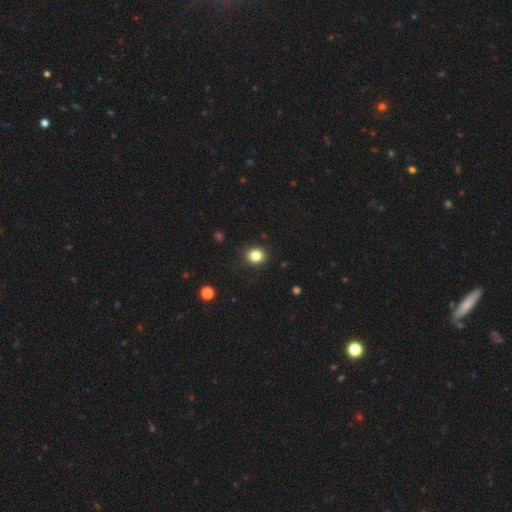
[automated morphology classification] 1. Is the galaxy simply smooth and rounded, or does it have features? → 84% smooth, 11% star or artifact, 5% featured or disk.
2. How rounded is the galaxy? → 77% round, 22% in between, 1% cigar-shaped.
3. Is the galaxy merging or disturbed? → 91% none, 6% minor disturbance, 2% major disturbance, 1% merger.